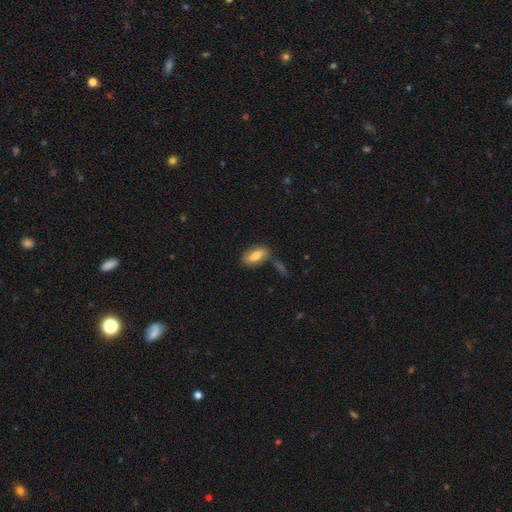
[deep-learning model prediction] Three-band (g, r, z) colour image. It shows a smooth galaxy with no disk features (68%) that is in between round and cigar-shaped (86%). Merging: none (67%).